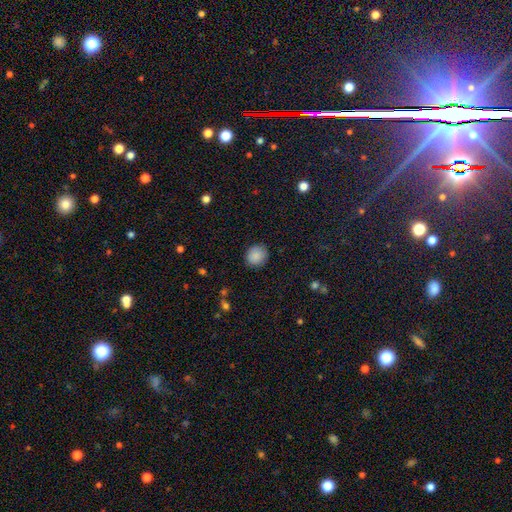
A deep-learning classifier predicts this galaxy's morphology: Overall: smooth (88%). How rounded: round (86%). Merging: none (88%).